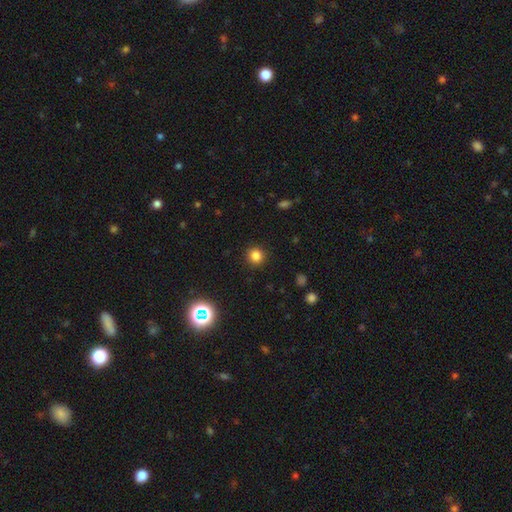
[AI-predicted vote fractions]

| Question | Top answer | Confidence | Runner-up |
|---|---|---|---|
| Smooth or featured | smooth | 82% | star or artifact (14%) |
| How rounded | round | 93% | in between (6%) |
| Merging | none | 92% | minor disturbance (5%) |